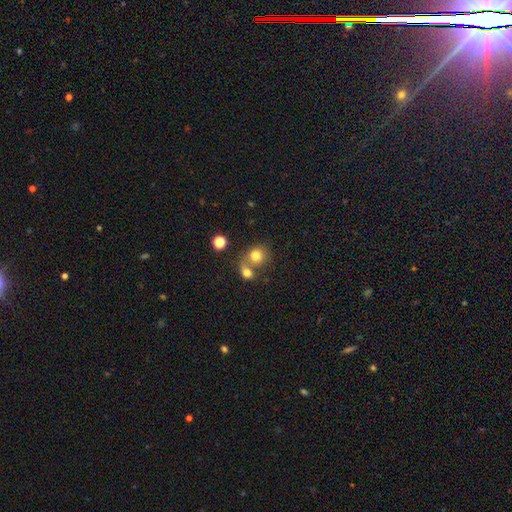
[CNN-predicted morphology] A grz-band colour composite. It shows a smooth galaxy with no disk features (78%) that is round (78%). Merging: none (44%).